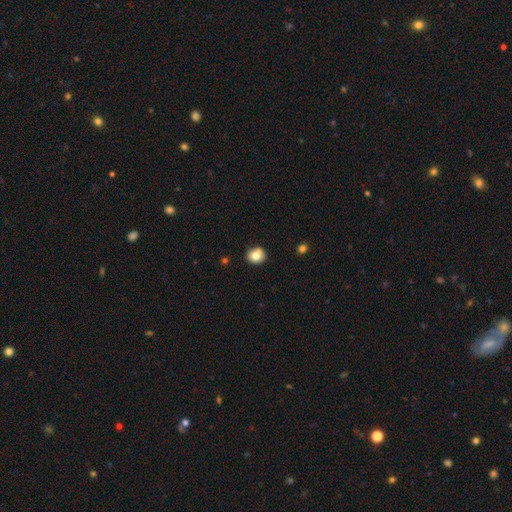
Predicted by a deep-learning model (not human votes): Q: Smooth or featured?
A: smooth (81%); runner-up: star or artifact (10%)
Q: How rounded?
A: round (76%); runner-up: in between (23%)
Q: Merging?
A: none (80%); runner-up: minor disturbance (13%)